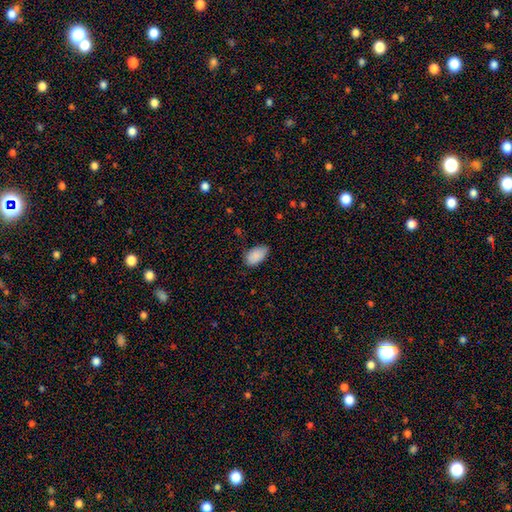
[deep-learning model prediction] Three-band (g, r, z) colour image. It shows a smooth galaxy with no disk features (89%) that is in between round and cigar-shaped (94%). Merging: none (73%).